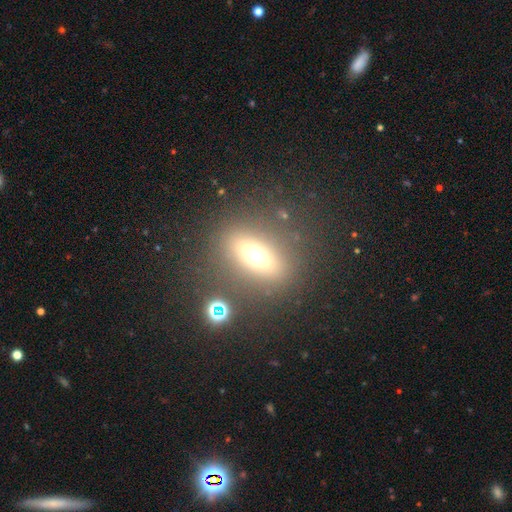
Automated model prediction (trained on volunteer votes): Overall: smooth (62%; featured or disk 22%). How rounded: in between (64%). Merging: none (80%).